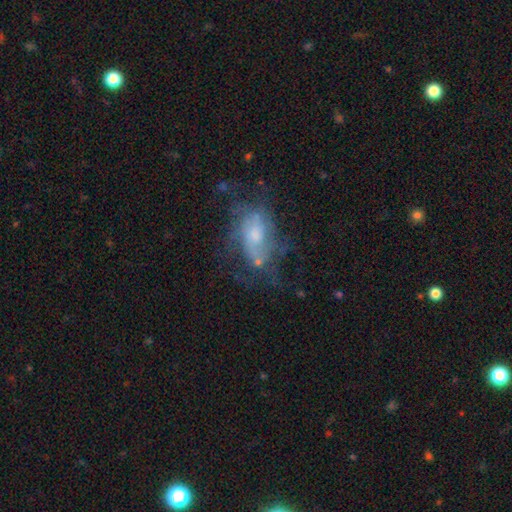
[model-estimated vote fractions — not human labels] This is likely a featured or disk galaxy (61%). It is clearly not viewed edge-on (94%). Bar: likely no (66%). Spiral arm pattern: likely yes (65%). Central bulge: marginally moderate (44%). Merging: possibly none (53%).